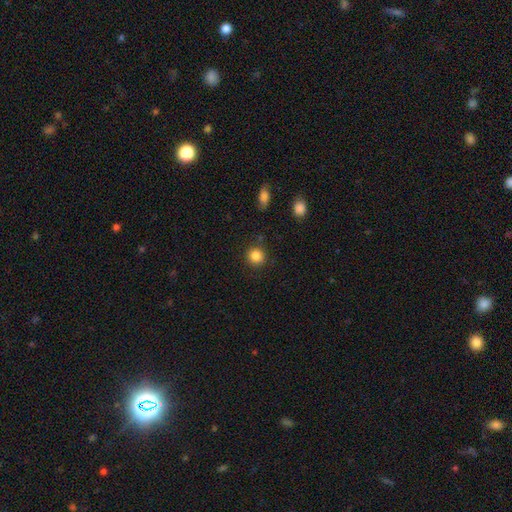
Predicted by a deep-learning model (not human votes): This is clearly a smooth galaxy (85%). How rounded: clearly round (91%). Merging: clearly none (87%).